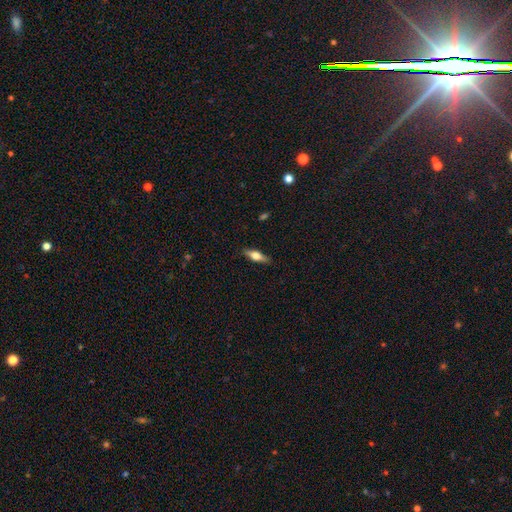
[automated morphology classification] type=smooth (47%); merging=none (88%).